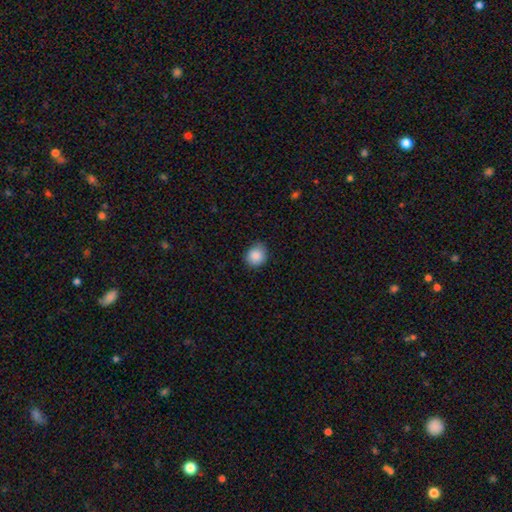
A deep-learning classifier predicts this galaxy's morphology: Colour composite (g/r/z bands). It shows a smooth galaxy with no disk features (87%) that is round (80%). Merging: none (80%).